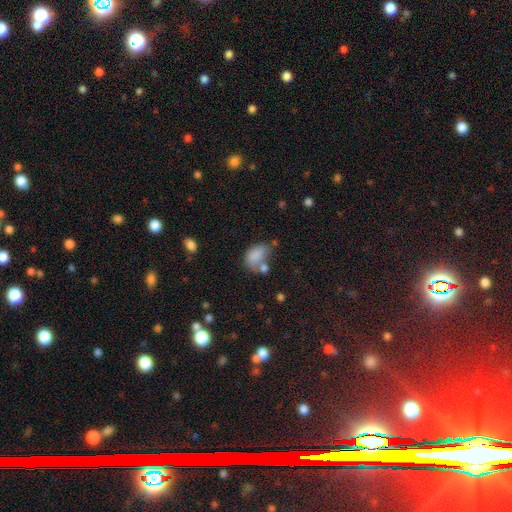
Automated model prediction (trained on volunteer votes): This appears to be a smooth galaxy with no disk features (81%) that is in between round and cigar-shaped (86%). Merging: none (41%).